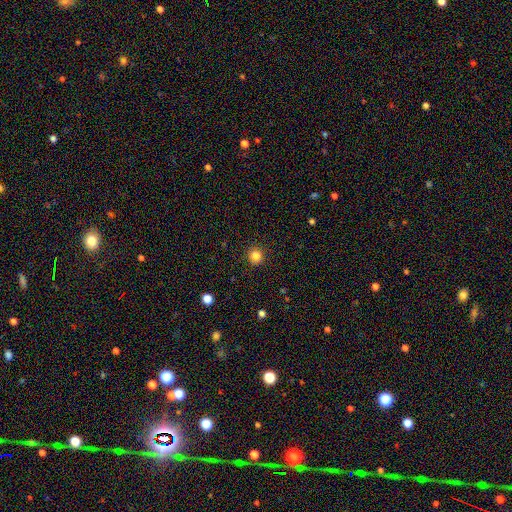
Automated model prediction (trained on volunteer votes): The model was most divided on "smooth or featured": smooth: 84%, star or artifact: 12%, featured or disk: 4%. More confident: how rounded — round (93%); merging — none (92%).